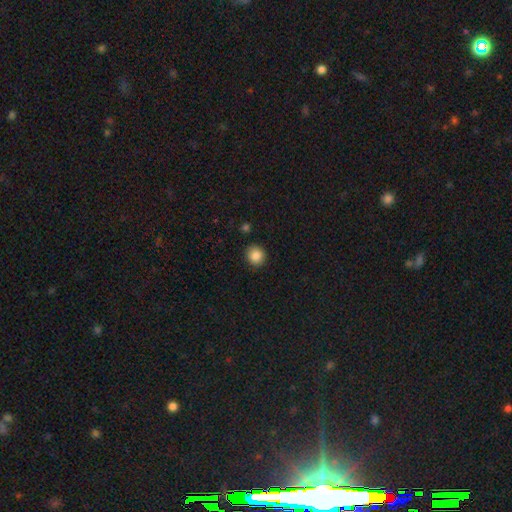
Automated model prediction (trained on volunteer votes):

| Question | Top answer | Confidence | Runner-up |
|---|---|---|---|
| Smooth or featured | smooth | 86% | star or artifact (10%) |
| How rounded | round | 88% | in between (11%) |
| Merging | none | 90% | minor disturbance (7%) |